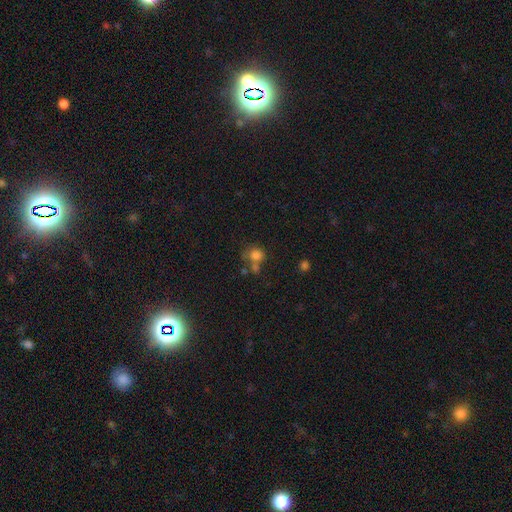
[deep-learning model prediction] This appears to be a smooth galaxy with no disk features (76%) that is round (68%). Merging: none (39%).